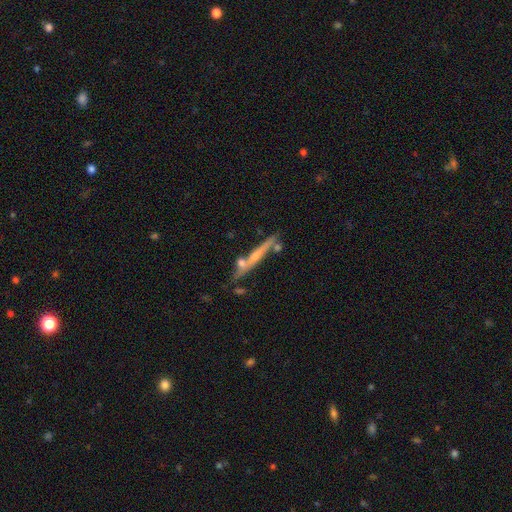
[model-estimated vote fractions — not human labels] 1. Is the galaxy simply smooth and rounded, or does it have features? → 60% featured or disk, 25% smooth, 15% star or artifact.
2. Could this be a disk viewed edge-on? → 75% yes, 25% no.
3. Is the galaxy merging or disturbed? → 51% none, 18% merger, 18% minor disturbance, 13% major disturbance.